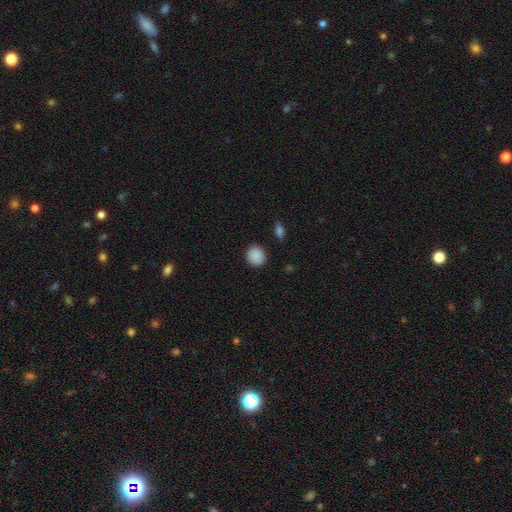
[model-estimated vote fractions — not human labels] This appears to be a smooth galaxy with no disk features (89%) that is round (80%). Merging: none (86%).